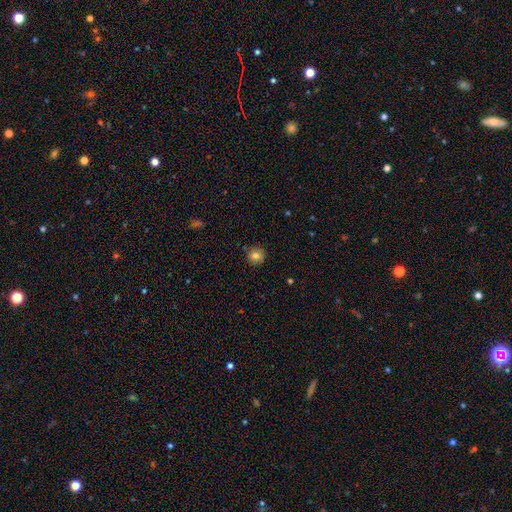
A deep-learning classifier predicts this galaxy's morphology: Smooth or featured? Predicted: smooth (p=0.81). How rounded? Predicted: round (p=0.92). Merging? Predicted: none (p=0.88).